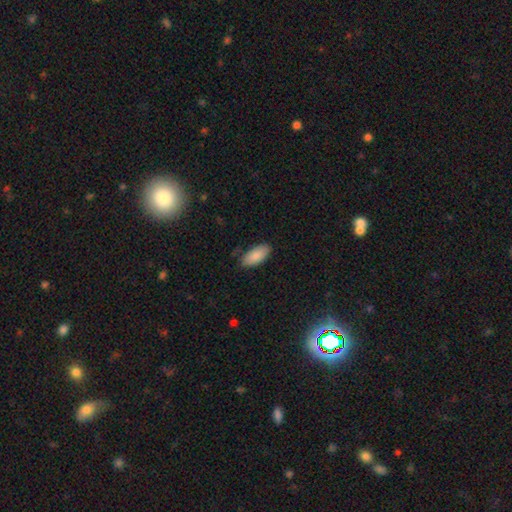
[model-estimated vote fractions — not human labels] This appears to be a smooth galaxy with no disk features (87%) that is in between round and cigar-shaped (90%). Merging: none (77%).